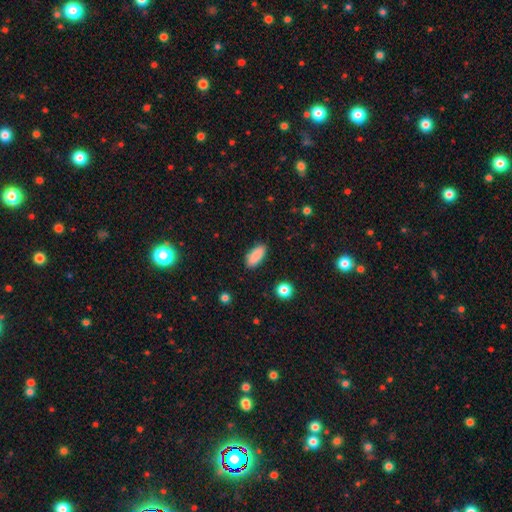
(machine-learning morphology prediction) smooth_or_featured: smooth (p=0.88) [alt: star or artifact p=0.07]
how_rounded: in between (p=0.81) [alt: cigar-shaped p=0.17]
merging: none (p=0.87) [alt: minor disturbance p=0.09]